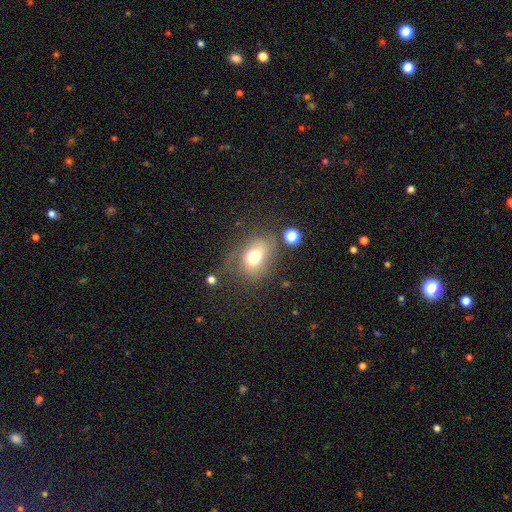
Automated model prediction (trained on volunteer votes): A smooth galaxy with no disk features (67%) that is in between round and cigar-shaped (65%). Merging: none (52%).